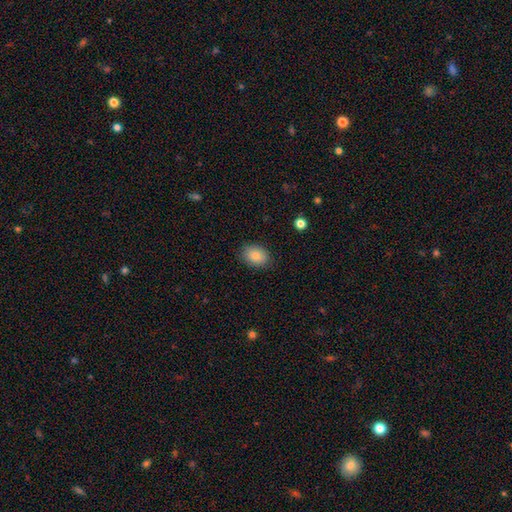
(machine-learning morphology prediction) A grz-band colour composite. It shows a smooth galaxy with no disk features (87%) that is in between round and cigar-shaped (75%). Merging: none (86%).